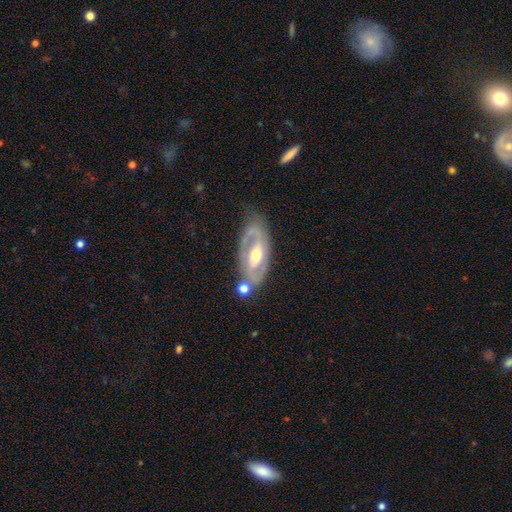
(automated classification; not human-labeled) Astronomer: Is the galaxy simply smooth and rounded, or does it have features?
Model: featured or disk — 84%.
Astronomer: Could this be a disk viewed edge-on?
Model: no — 93%.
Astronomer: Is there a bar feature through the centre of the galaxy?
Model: weak — 37% (runner-up: no, 33%).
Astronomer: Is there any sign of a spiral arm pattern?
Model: yes — 88%.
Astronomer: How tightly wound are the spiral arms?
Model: tight — 43%, tied with medium at 43%.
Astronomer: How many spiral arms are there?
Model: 2 — 79%.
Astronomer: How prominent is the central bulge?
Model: moderate — 70%.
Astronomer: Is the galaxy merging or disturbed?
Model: none — 68%.